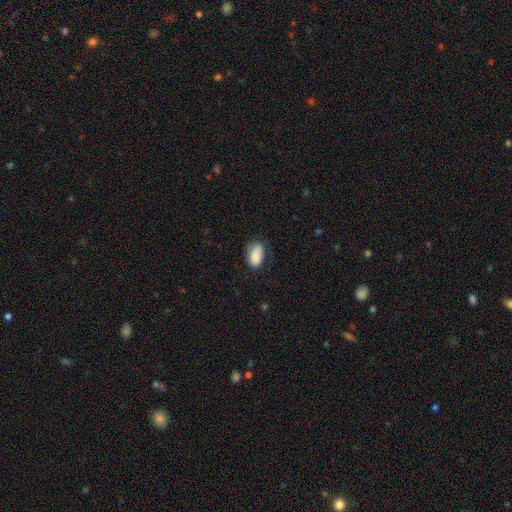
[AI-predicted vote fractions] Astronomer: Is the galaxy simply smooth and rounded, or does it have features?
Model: smooth — 85%.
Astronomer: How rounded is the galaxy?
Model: in between — 93%.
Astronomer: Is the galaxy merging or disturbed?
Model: none — 66%.